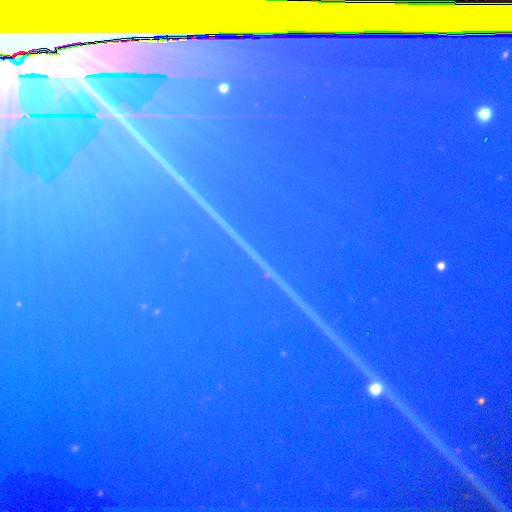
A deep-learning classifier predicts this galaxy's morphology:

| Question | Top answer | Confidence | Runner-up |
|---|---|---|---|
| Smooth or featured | star or artifact | 86% | featured or disk (8%) |